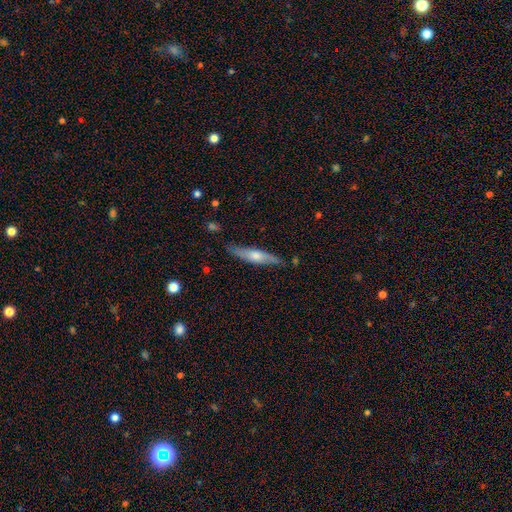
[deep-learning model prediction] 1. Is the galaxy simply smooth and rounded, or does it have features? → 50% featured or disk, 44% smooth, 6% star or artifact.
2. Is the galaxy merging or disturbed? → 79% none, 16% minor disturbance, 3% major disturbance, 2% merger.